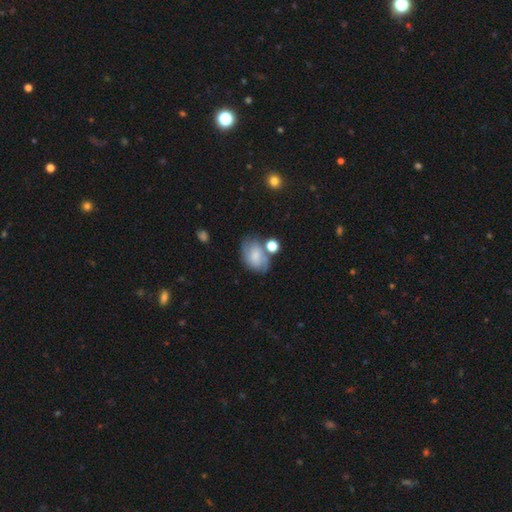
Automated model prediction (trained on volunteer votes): Smooth or featured?
  - smooth: 60% *
  - featured or disk: 30%
  - star or artifact: 10%
How rounded?
  - in between: 78% *
  - round: 21%
  - cigar-shaped: 1%
Merging?
  - none: 51% *
  - minor disturbance: 24%
  - merger: 16%
  - major disturbance: 10%